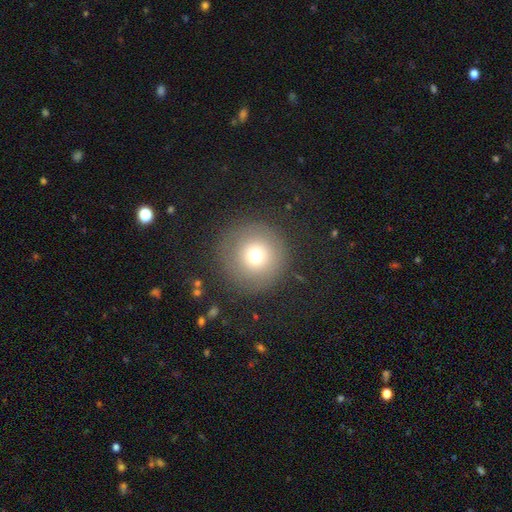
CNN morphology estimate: Q: Smooth or featured?
A: smooth (71%); runner-up: star or artifact (15%)
Q: How rounded?
A: round (96%); runner-up: in between (3%)
Q: Merging?
A: none (84%); runner-up: minor disturbance (9%)